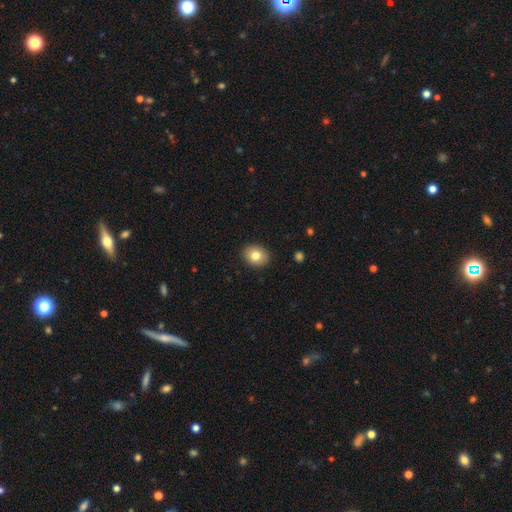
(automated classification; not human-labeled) Smooth or featured?
  - smooth: 80% *
  - featured or disk: 11%
  - star or artifact: 9%
How rounded?
  - round: 55% *
  - in between: 44%
  - cigar-shaped: 1%
Merging?
  - none: 90% *
  - minor disturbance: 7%
  - major disturbance: 2%
  - merger: 1%